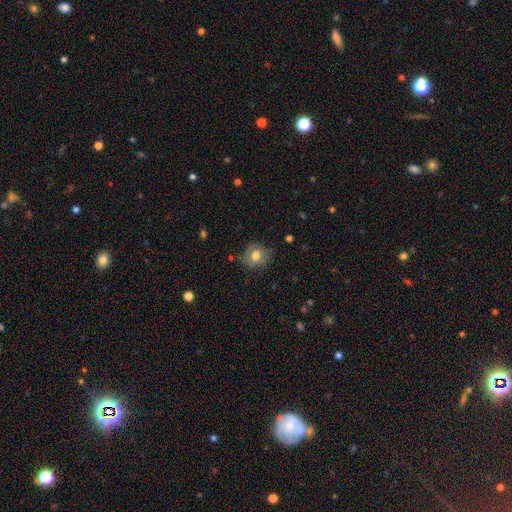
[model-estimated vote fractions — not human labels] smooth 68%, featured or disk 22%, star or artifact 9%. Down the decision tree: how rounded — round (71%); merging — none (74%).